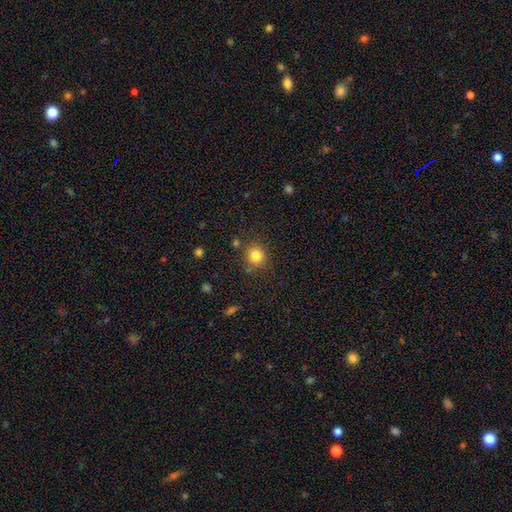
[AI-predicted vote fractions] Morphology: type=smooth (83%); roundness=round (88%); merging=none (81%).